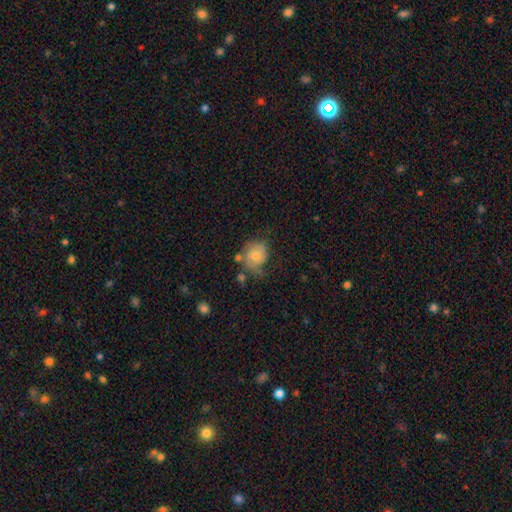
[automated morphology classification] Overall: smooth (64%; featured or disk 28%). How rounded: round (62%; in between 37%). Merging: none (40%; minor disturbance 31%).